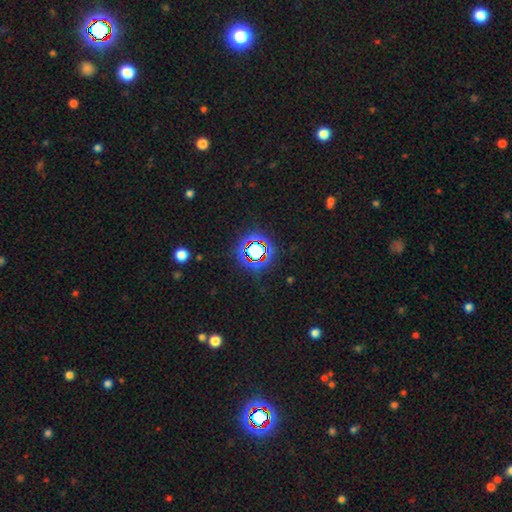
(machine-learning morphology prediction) Overall: star or artifact (80%).